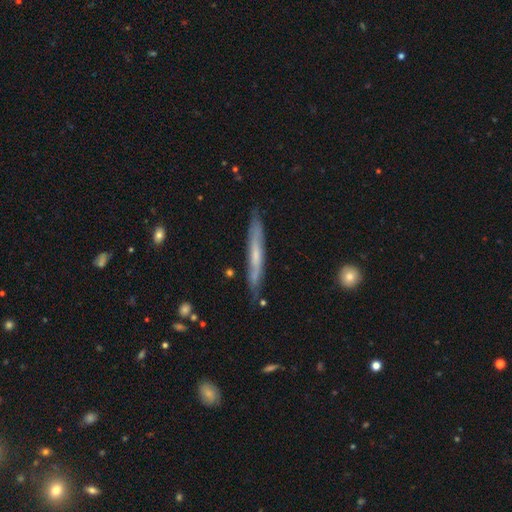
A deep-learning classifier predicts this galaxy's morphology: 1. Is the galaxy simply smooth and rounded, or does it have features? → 53% featured or disk, 41% smooth, 6% star or artifact.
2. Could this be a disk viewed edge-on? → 86% yes, 14% no.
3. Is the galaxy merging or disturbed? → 81% none, 14% minor disturbance, 2% major disturbance, 2% merger.